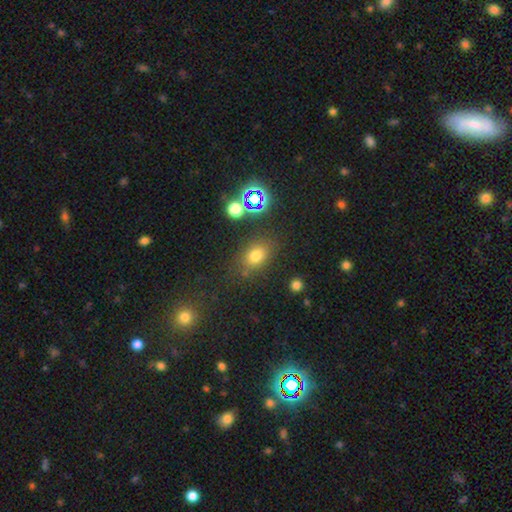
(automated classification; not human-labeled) Q: Smooth or featured?
A: smooth (67%); runner-up: star or artifact (22%)
Q: How rounded?
A: in between (64%); runner-up: round (34%)
Q: Merging?
A: none (74%); runner-up: minor disturbance (15%)